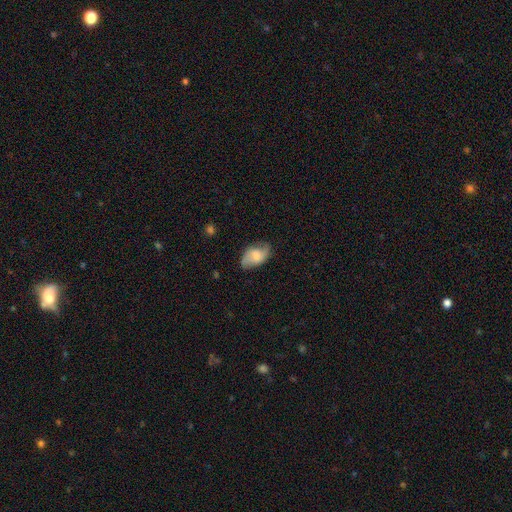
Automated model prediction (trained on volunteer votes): A smooth galaxy with no disk features (51%) that is in between round and cigar-shaped (90%).

Vote fractions:
- Smooth or featured? smooth: 51% / featured or disk: 42% / star or artifact: 8%
- How rounded? in between: 90% / round: 8% / cigar-shaped: 2%
- Merging? none: 67% / minor disturbance: 25% / major disturbance: 7% / merger: 1%